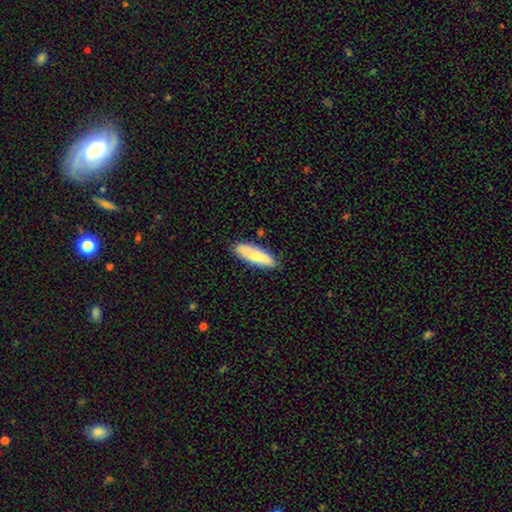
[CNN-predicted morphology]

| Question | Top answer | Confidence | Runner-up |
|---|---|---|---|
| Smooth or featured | smooth | 74% | featured or disk (20%) |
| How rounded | in between | 50% | cigar-shaped (49%) |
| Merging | none | 83% | minor disturbance (14%) |